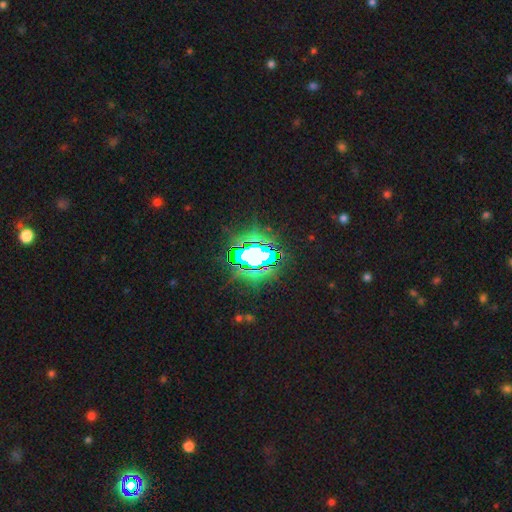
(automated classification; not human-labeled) This appears to be a star or artifact, not a galaxy (71%).